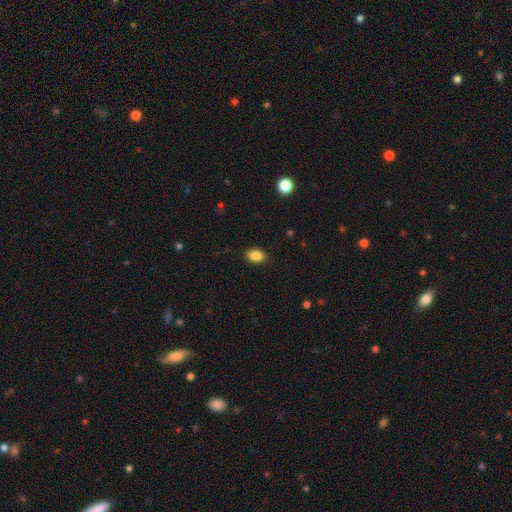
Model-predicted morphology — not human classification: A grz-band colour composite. It shows a smooth galaxy with no disk features (86%) that is in between round and cigar-shaped (80%). Merging: none (88%).